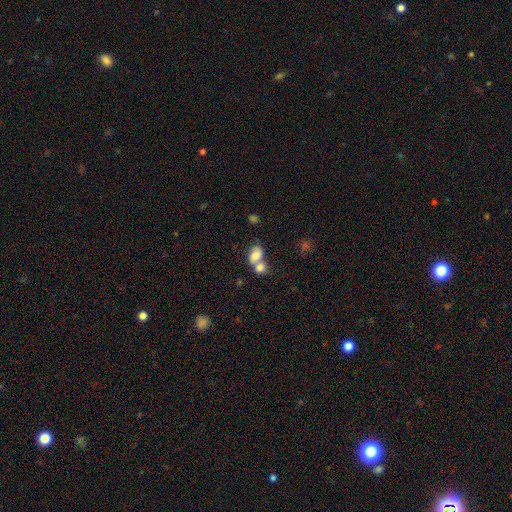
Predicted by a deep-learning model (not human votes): The model was most divided on "merging": merger: 63%, none: 22%, minor disturbance: 9%, major disturbance: 6%. More confident: how rounded — in between (77%); smooth or featured — smooth (77%).